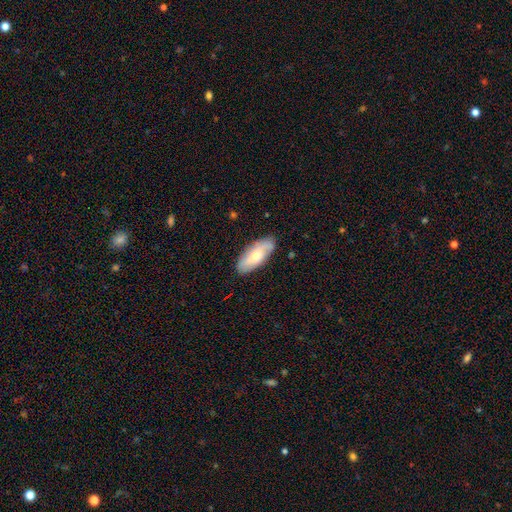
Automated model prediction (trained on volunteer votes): A smooth galaxy with no disk features (58%) that is in between round and cigar-shaped (84%).

Vote fractions:
- Smooth or featured? smooth: 58% / featured or disk: 36% / star or artifact: 6%
- How rounded? in between: 84% / cigar-shaped: 14% / round: 2%
- Merging? none: 82% / minor disturbance: 14% / major disturbance: 3% / merger: 1%